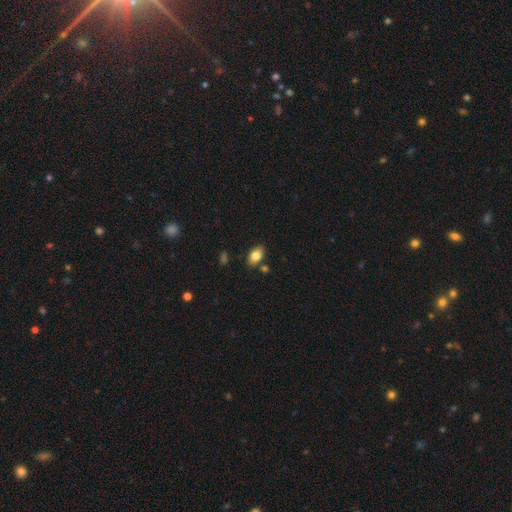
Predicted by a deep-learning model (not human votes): Q: Smooth or featured?
A: smooth (81%); runner-up: featured or disk (11%)
Q: How rounded?
A: in between (90%); runner-up: round (8%)
Q: Merging?
A: none (81%); runner-up: minor disturbance (11%)